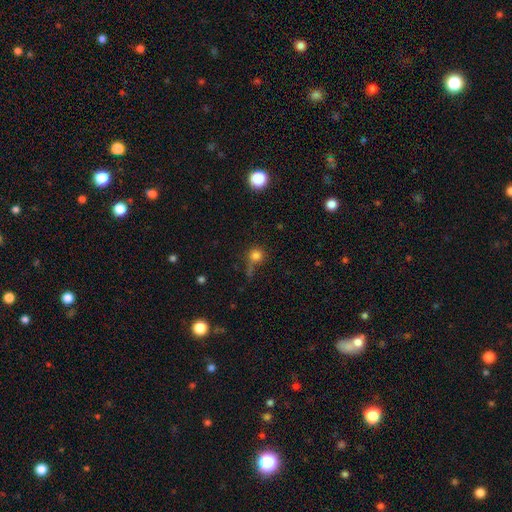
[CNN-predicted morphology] Q: Smooth or featured?
A: smooth (79%); runner-up: star or artifact (14%)
Q: How rounded?
A: round (91%); runner-up: in between (8%)
Q: Merging?
A: none (57%); runner-up: minor disturbance (18%)